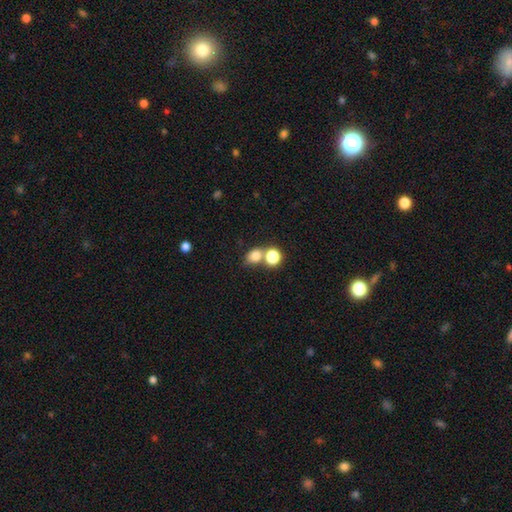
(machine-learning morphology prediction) Smooth or featured? Predicted: smooth (p=0.78). How rounded? Predicted: round (p=0.52). Merging? Predicted: none (p=0.47).